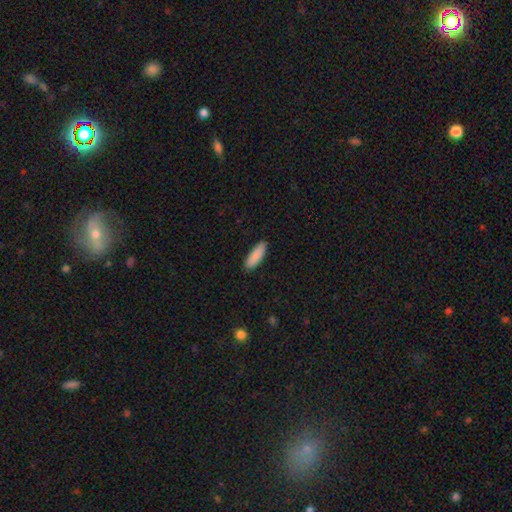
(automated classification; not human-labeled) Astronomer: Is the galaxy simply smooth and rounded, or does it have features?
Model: smooth — 90%.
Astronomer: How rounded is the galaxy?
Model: in between — 56% (runner-up: cigar-shaped, 43%).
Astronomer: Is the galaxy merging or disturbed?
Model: none — 89%.